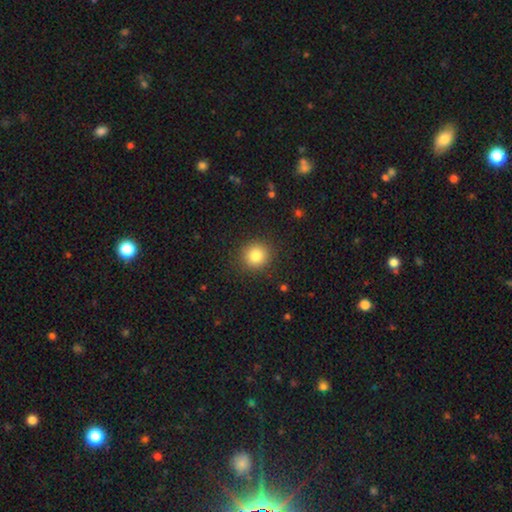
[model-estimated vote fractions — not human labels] Overall: smooth (83%). How rounded: round (92%). Merging: none (90%).